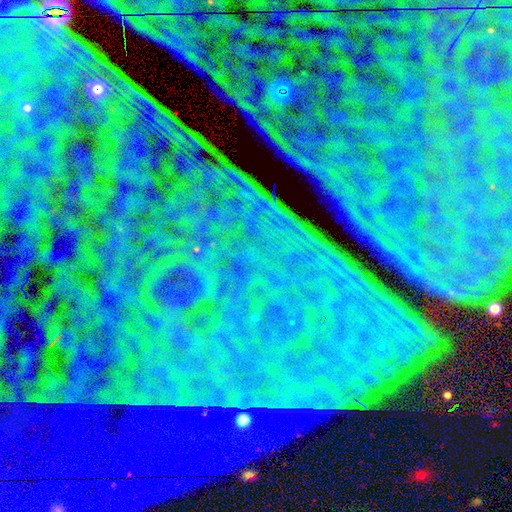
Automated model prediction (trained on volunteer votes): star or artifact 89%, featured or disk 6%, smooth 5%.